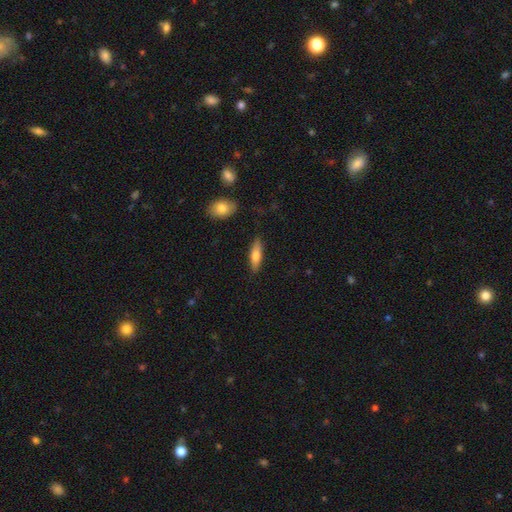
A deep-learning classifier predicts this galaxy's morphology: Overall: smooth (67%). How rounded: cigar-shaped (60%; in between 38%). Merging: none (86%).